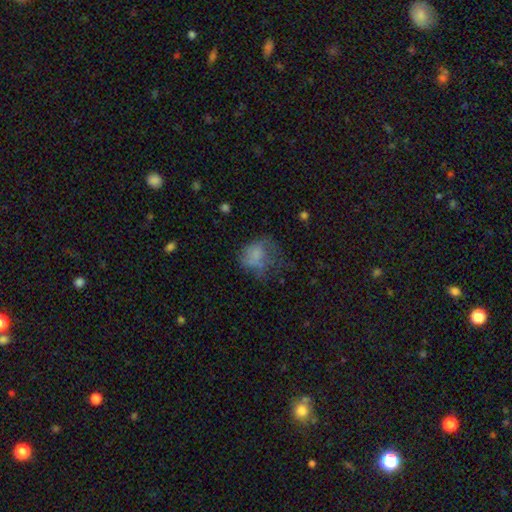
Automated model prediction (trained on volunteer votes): Q: Smooth or featured?
A: smooth (59%); runner-up: featured or disk (27%)
Q: How rounded?
A: in between (51%); runner-up: round (48%)
Q: Merging?
A: major disturbance (43%); runner-up: none (29%)